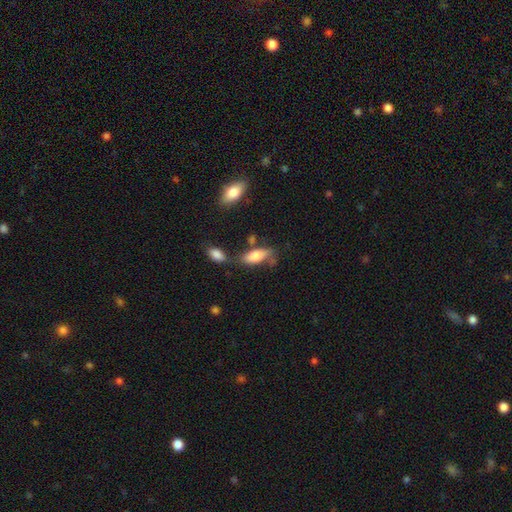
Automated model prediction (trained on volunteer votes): Smooth or featured: smooth — 77% (featured or disk — 16%)
How rounded: in between — 79% (cigar-shaped — 19%)
Merging: none — 51% (minor disturbance — 24%)